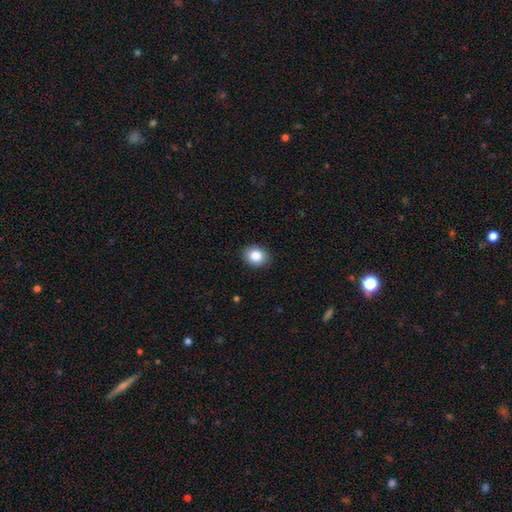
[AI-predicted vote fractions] smooth-or-featured: smooth: 86% | star or artifact: 9% | featured or disk: 6%
  how-rounded: round: 51% | in between: 48% | cigar-shaped: 1%
  merging: none: 89% | minor disturbance: 8% | major disturbance: 2% | merger: 1%